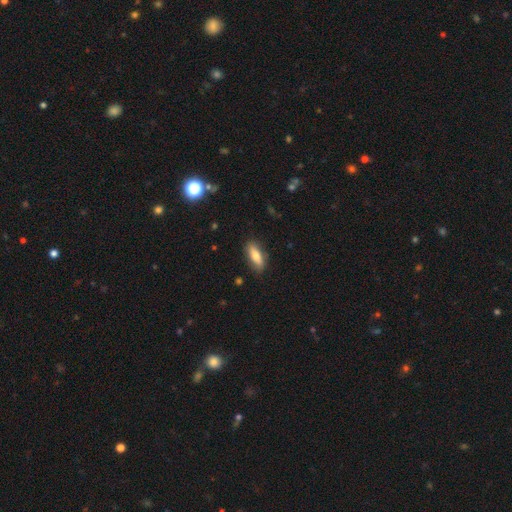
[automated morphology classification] Smooth or featured? Predicted: smooth (p=0.73). How rounded? Predicted: in between (p=0.67). Merging? Predicted: none (p=0.84).